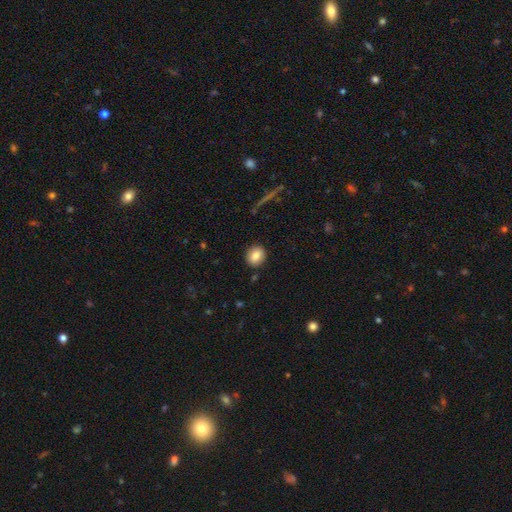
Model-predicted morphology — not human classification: Smooth or featured: smooth — 82% (star or artifact — 9%)
How rounded: round — 77% (in between — 22%)
Merging: none — 89% (minor disturbance — 7%)